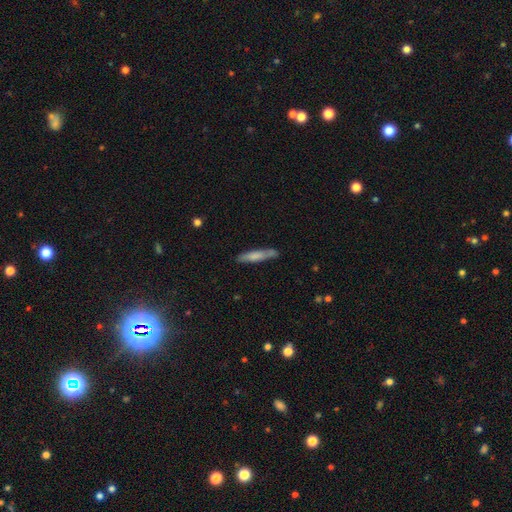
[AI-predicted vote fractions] Q: Smooth or featured?
A: smooth (71%); runner-up: featured or disk (24%)
Q: How rounded?
A: cigar-shaped (88%); runner-up: in between (10%)
Q: Merging?
A: none (79%); runner-up: minor disturbance (15%)